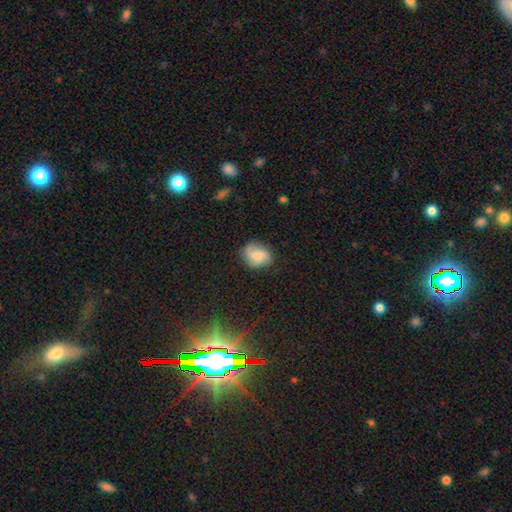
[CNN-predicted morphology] This is possibly a smooth galaxy (56%). How rounded: possibly round (59%). Merging: likely none (76%).